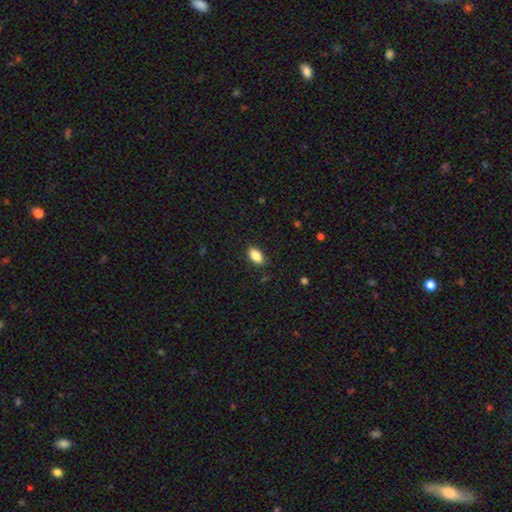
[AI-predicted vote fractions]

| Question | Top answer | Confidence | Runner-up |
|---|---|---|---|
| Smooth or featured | smooth | 86% | star or artifact (8%) |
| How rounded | in between | 91% | cigar-shaped (5%) |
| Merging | none | 85% | minor disturbance (12%) |